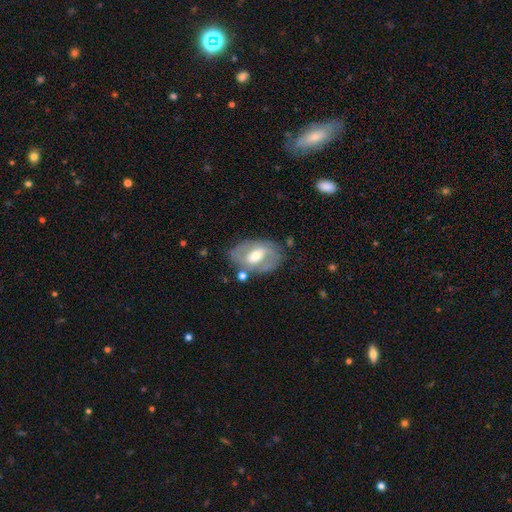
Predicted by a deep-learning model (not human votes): featured or disk 74%, smooth 20%, star or artifact 6%. Down the decision tree: edge-on disk — no (95%); bar — weak (49%); spiral arms — yes (78%); spiral arm count — 2 (75%); spiral winding — medium (47%); bulge size — moderate (67%); merging — none (69%).